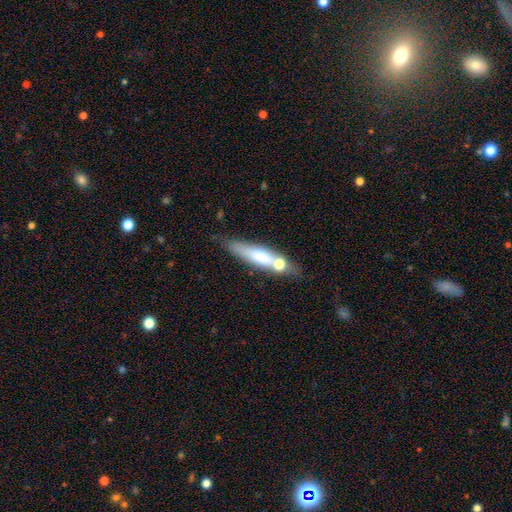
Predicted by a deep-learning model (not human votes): Smooth or featured? Predicted: smooth (p=0.52). How rounded? Predicted: cigar-shaped (p=0.80). Merging? Predicted: none (p=0.62).